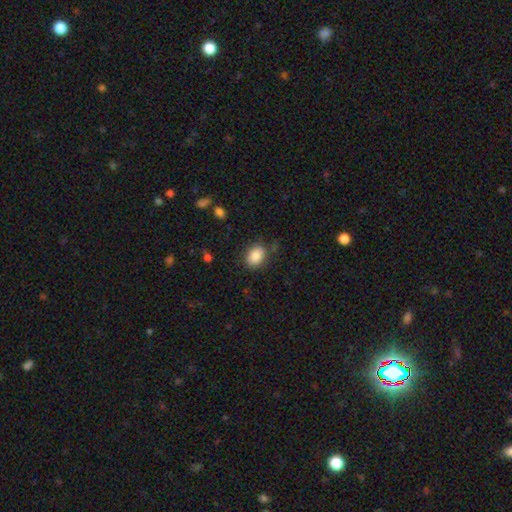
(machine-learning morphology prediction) This appears to be a smooth galaxy with no disk features (85%) that is in between round and cigar-shaped (75%). Merging: none (76%).